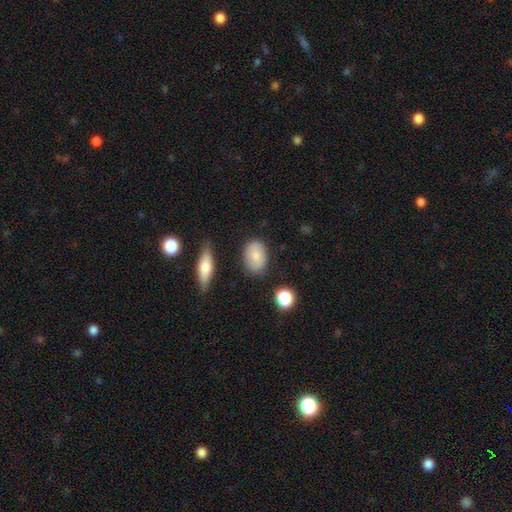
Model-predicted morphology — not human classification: smooth-or-featured: smooth: 81% | featured or disk: 12% | star or artifact: 7%
  how-rounded: in between: 82% | round: 16% | cigar-shaped: 2%
  merging: none: 77% | minor disturbance: 16% | major disturbance: 4% | merger: 3%